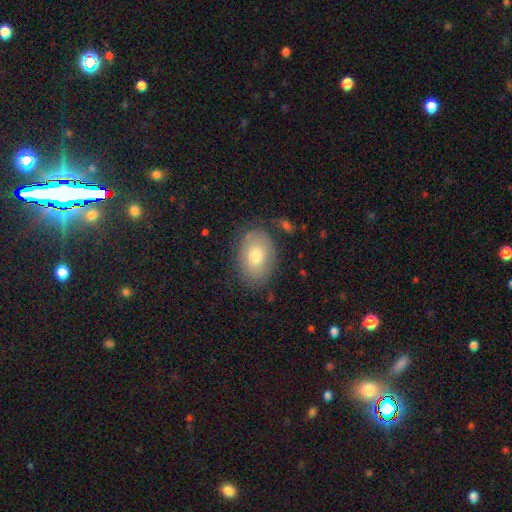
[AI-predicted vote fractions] A smooth galaxy with no disk features (71%) that is in between round and cigar-shaped (82%).

Vote fractions:
- Smooth or featured? smooth: 71% / featured or disk: 21% / star or artifact: 8%
- How rounded? in between: 82% / round: 17% / cigar-shaped: 1%
- Merging? none: 78% / minor disturbance: 16% / major disturbance: 4% / merger: 2%